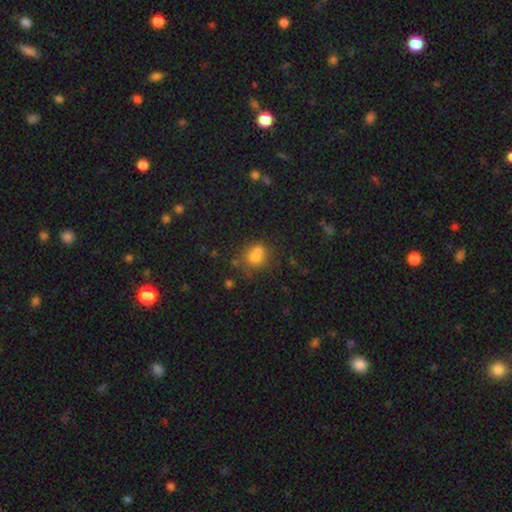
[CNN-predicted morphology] smooth 72%, star or artifact 15%, featured or disk 13%. Down the decision tree: how rounded — round (62%); merging — none (43%).